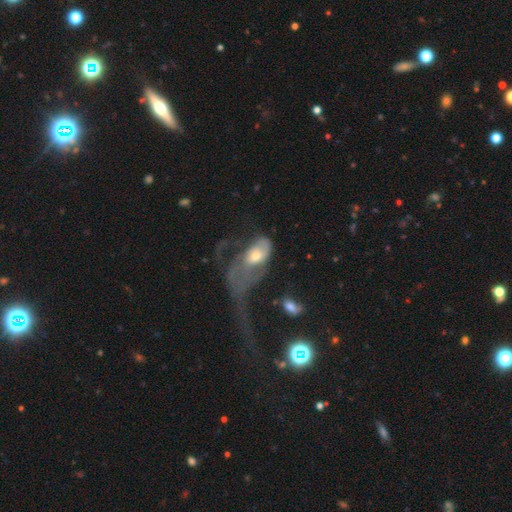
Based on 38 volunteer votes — Smooth or featured?
  - smooth: 50% *
  - featured or disk: 42%
  - star or artifact: 8%
How rounded?
  - in between: 84% *
  - round: 16%
  - cigar-shaped: 0%
Merging?
  - major disturbance: 83% *
  - merger: 9%
  - none: 6%
  - minor disturbance: 3%